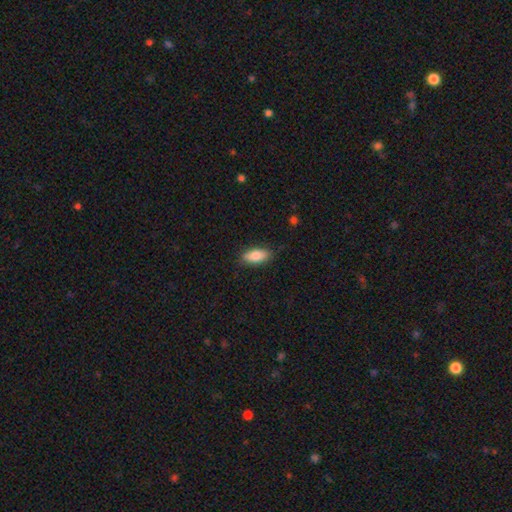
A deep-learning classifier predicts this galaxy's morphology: This appears to be a smooth galaxy with no disk features (81%) that is in between round and cigar-shaped (84%). Merging: none (83%).